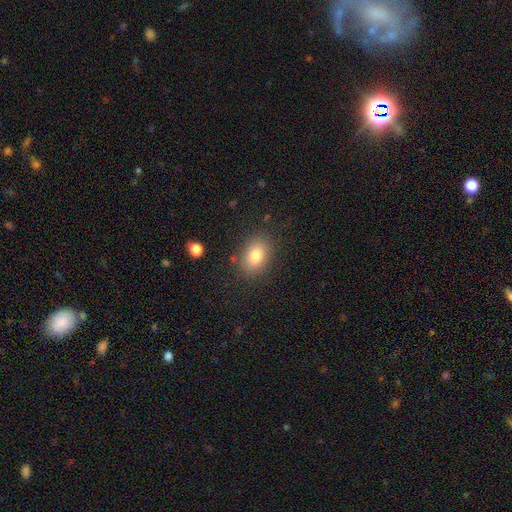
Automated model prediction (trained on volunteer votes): This is likely a smooth galaxy (80%). How rounded: likely in between (73%). Merging: clearly none (82%).